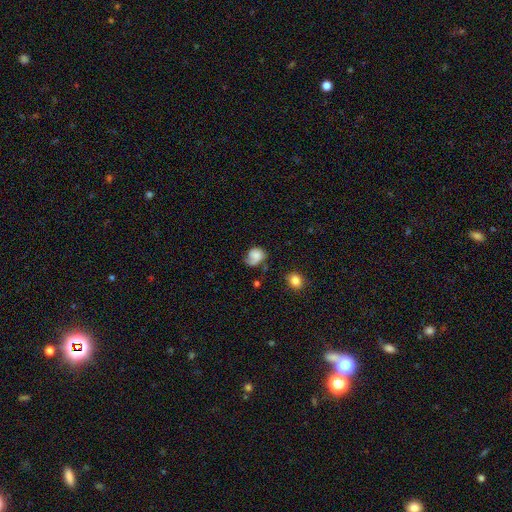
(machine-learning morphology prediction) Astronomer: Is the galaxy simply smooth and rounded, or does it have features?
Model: smooth — 58% (runner-up: featured or disk, 33%).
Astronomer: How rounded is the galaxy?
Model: round — 51% (runner-up: in between, 48%).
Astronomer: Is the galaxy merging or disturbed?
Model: none — 40% (runner-up: minor disturbance, 30%).